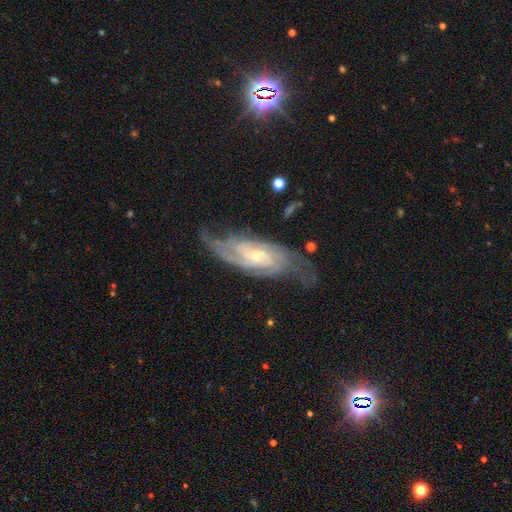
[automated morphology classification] Overall: featured or disk (88%). Edge-on disk: no (93%). Bar: no (59%; weak 33%). Spiral arms: yes (97%). Spiral arm count: 2 (40%; can't tell 23%). Spiral winding: tight (56%; medium 35%). Bulge size: small (69%). Merging: none (66%).